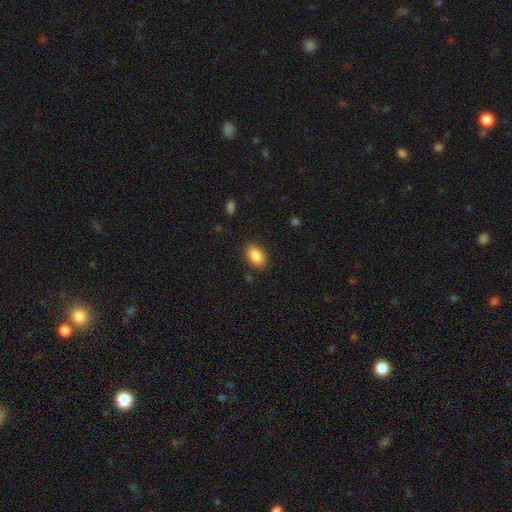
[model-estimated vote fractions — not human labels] Smooth or featured?
  - smooth: 88% *
  - star or artifact: 7%
  - featured or disk: 5%
How rounded?
  - in between: 92% *
  - round: 6%
  - cigar-shaped: 2%
Merging?
  - none: 85% *
  - minor disturbance: 11%
  - major disturbance: 3%
  - merger: 1%